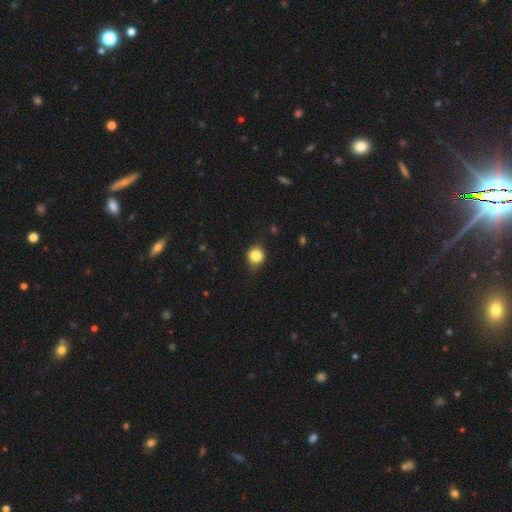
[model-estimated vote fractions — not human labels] The model was most divided on "merging": none: 76%, minor disturbance: 19%, major disturbance: 4%, merger: 1%. More confident: how rounded — round (84%); smooth or featured — smooth (83%).